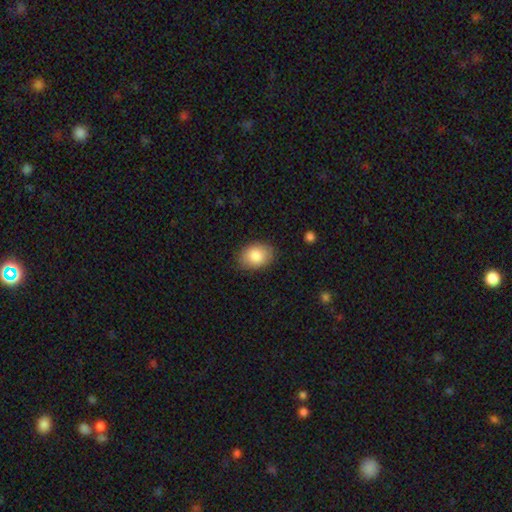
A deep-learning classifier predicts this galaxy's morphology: A smooth galaxy with no disk features (84%) that is in between round and cigar-shaped (77%). Merging: none (85%).